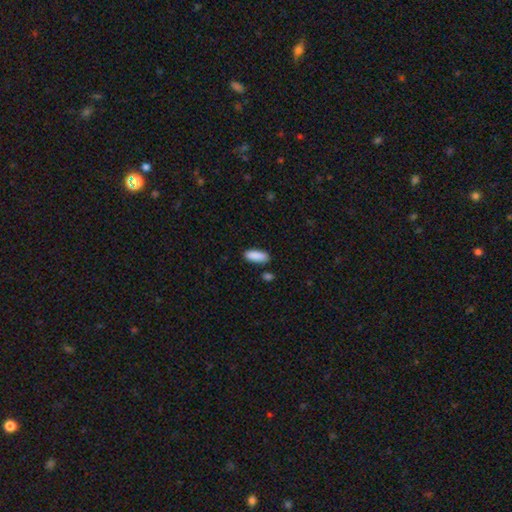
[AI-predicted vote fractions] smooth_or_featured: smooth (p=0.90) [alt: star or artifact p=0.06]
how_rounded: in between (p=0.79) [alt: cigar-shaped p=0.19]
merging: none (p=0.81) [alt: minor disturbance p=0.12]